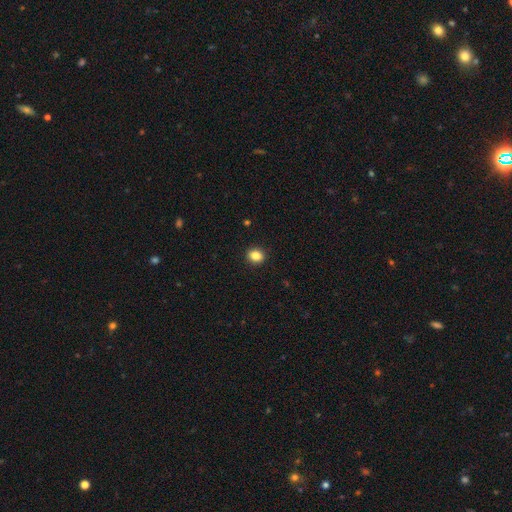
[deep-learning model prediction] A smooth galaxy with no disk features (85%) that is round (67%).

Vote fractions:
- Smooth or featured? smooth: 85% / star or artifact: 10% / featured or disk: 5%
- How rounded? round: 67% / in between: 32% / cigar-shaped: 1%
- Merging? none: 92% / minor disturbance: 6% / major disturbance: 2% / merger: 1%